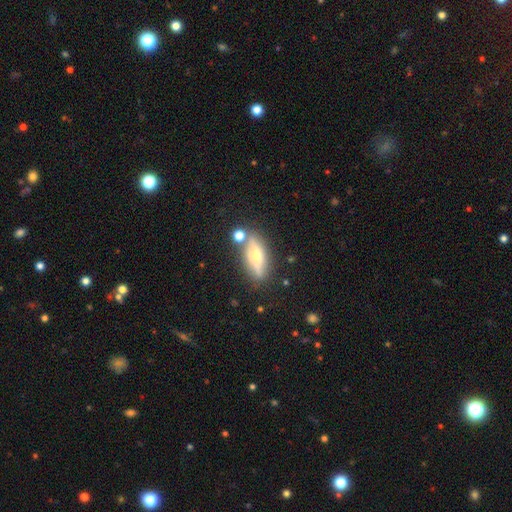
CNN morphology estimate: Q: Smooth or featured?
A: featured or disk (52%); runner-up: smooth (39%)
Q: Edge-on disk?
A: yes (83%); runner-up: no (17%)
Q: Merging?
A: none (73%); runner-up: minor disturbance (14%)